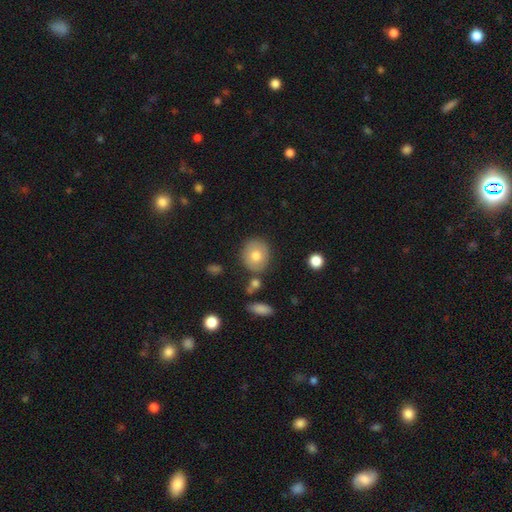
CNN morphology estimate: Smooth or featured: smooth — 75% (featured or disk — 17%)
How rounded: round — 80% (in between — 19%)
Merging: none — 80% (minor disturbance — 11%)